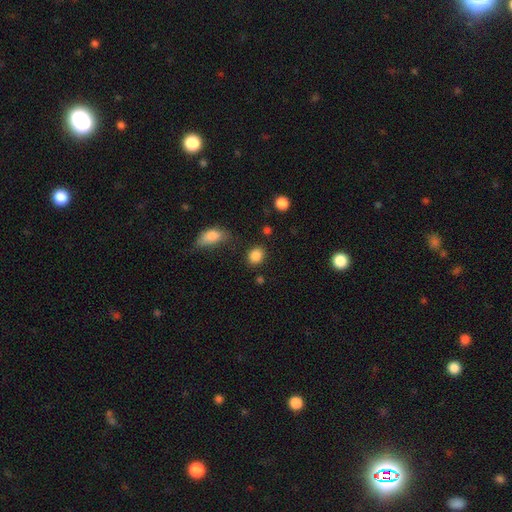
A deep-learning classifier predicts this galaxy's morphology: smooth 87%, star or artifact 9%, featured or disk 4%. Down the decision tree: how rounded — round (59%); merging — none (81%).